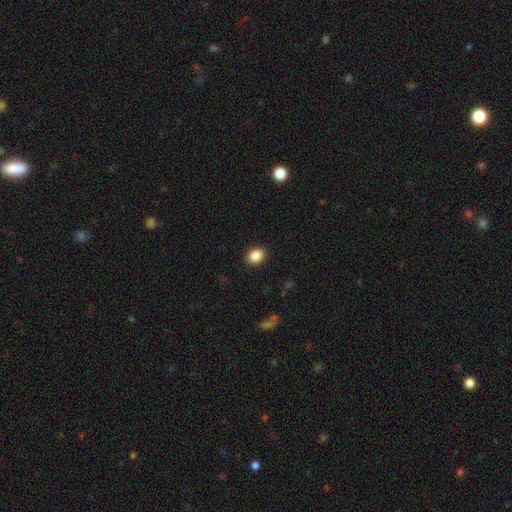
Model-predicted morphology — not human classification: This is clearly a smooth galaxy (87%). How rounded: possibly round (58%). Merging: clearly none (91%).